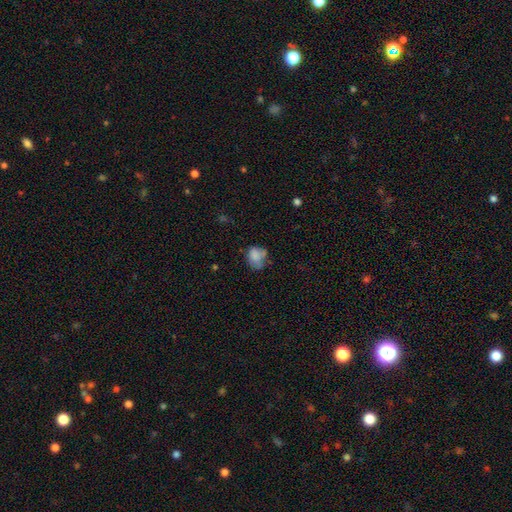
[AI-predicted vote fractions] This appears to be a smooth galaxy with no disk features (75%) that is round (55%). Merging: none (43%).